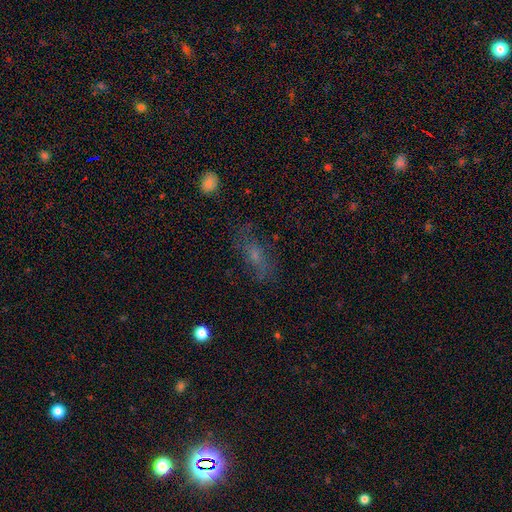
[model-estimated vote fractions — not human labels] This is marginally a smooth galaxy (45%). Merging: likely none (67%).